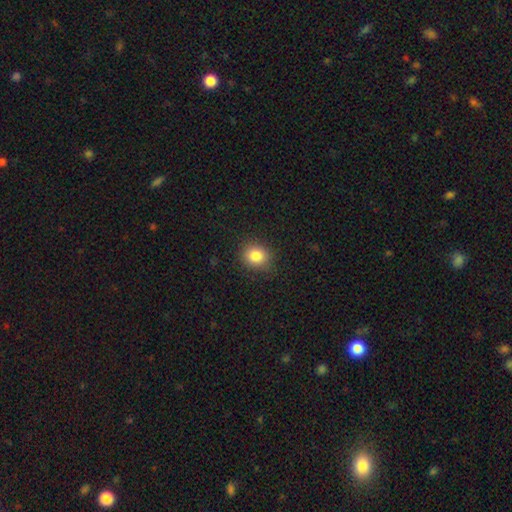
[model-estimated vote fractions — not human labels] A smooth galaxy with no disk features (83%) that is round (73%).

Vote fractions:
- Smooth or featured? smooth: 83% / star or artifact: 11% / featured or disk: 6%
- How rounded? round: 73% / in between: 26% / cigar-shaped: 1%
- Merging? none: 86% / minor disturbance: 10% / major disturbance: 3% / merger: 1%